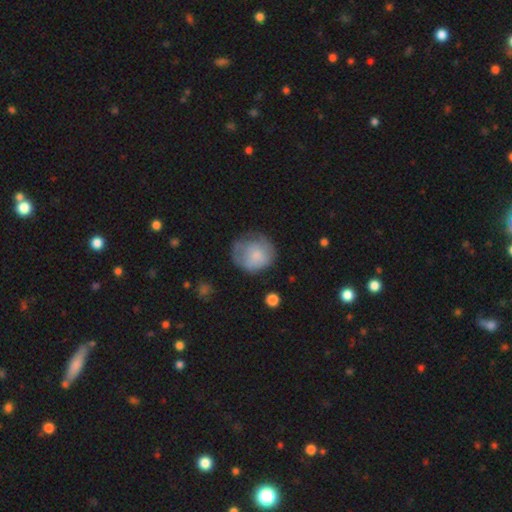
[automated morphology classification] smooth_or_featured: smooth (p=0.69) [alt: featured or disk p=0.24]
how_rounded: round (p=0.83) [alt: in between p=0.16]
merging: none (p=0.51) [alt: minor disturbance p=0.29]